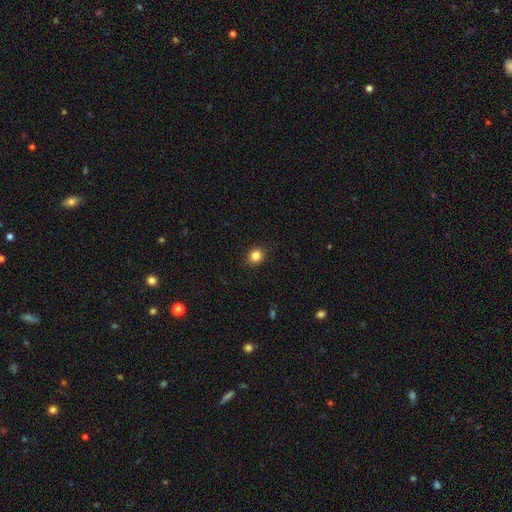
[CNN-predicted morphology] Smooth or featured: smooth — 84% (star or artifact — 12%)
How rounded: round — 85% (in between — 14%)
Merging: none — 92% (minor disturbance — 6%)